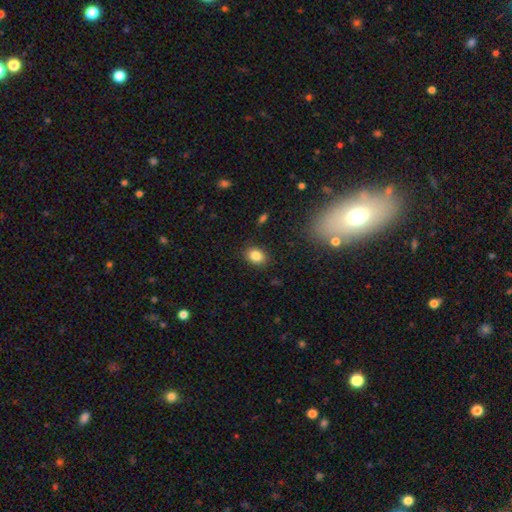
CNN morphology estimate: This appears to be a smooth galaxy with no disk features (84%) that is in between round and cigar-shaped (66%). Merging: none (87%).